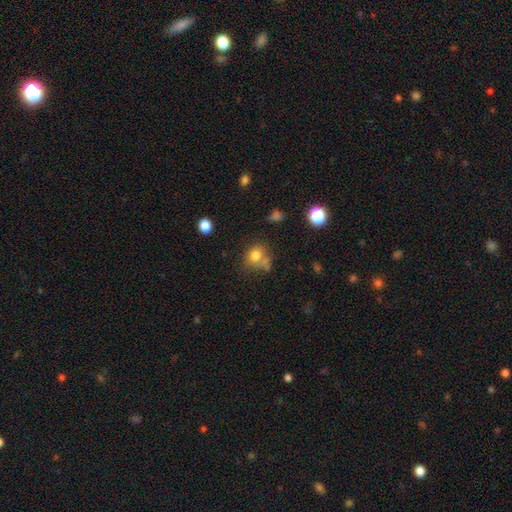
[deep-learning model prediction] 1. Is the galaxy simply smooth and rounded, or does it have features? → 77% smooth, 13% star or artifact, 10% featured or disk.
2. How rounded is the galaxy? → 65% round, 34% in between, 1% cigar-shaped.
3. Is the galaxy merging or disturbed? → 55% none, 19% merger, 17% minor disturbance, 8% major disturbance.